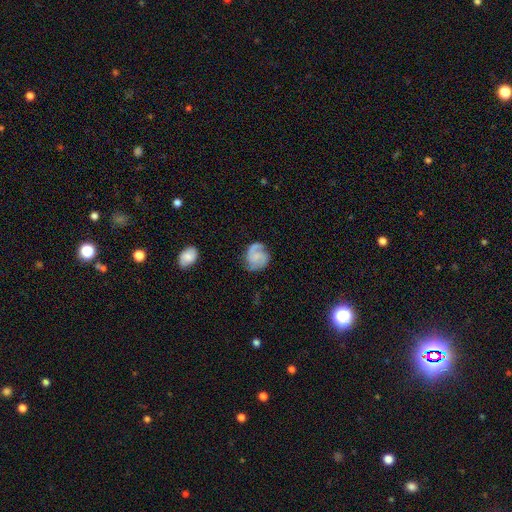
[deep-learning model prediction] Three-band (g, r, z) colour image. It shows a featured or disk galaxy (75%) with no bar (65%), 2 (65%) medium (46%) spiral arms (95%) and a small central bulge (47%). Merging: none (69%).